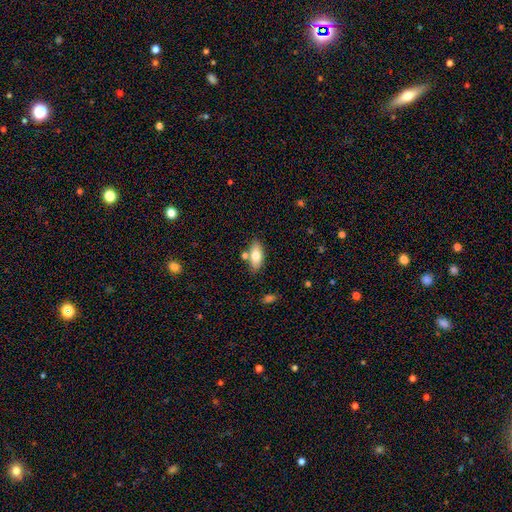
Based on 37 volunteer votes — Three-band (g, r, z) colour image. It shows a smooth galaxy with no disk features (68%) that is in between round and cigar-shaped (80%). Merging: none (67%).